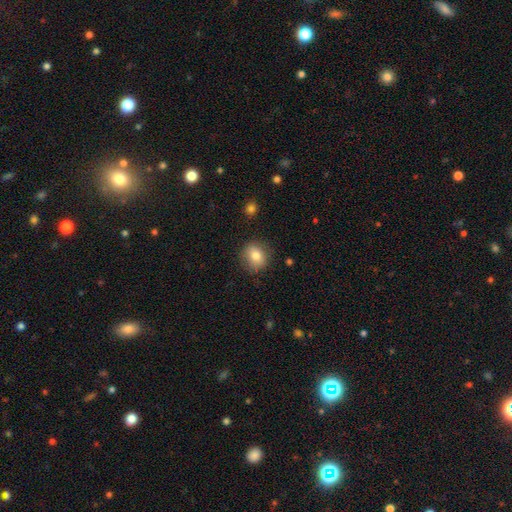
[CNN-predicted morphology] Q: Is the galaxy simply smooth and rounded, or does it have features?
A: smooth — 80%.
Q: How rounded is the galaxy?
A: round — 75%.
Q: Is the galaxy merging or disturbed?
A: none — 83%.